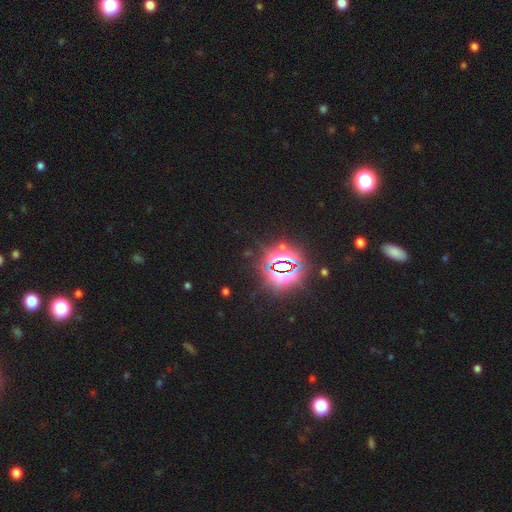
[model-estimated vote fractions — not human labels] A star or artifact, not a galaxy (70%).

Vote fractions:
- Smooth or featured? star or artifact: 70% / smooth: 24% / featured or disk: 6%